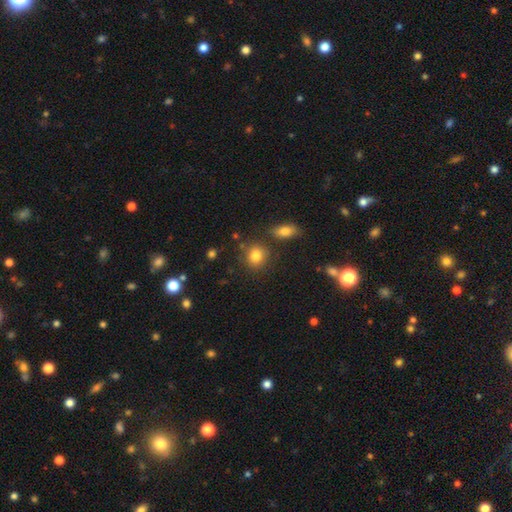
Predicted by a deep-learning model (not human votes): Smooth or featured: smooth — 82% (star or artifact — 10%)
How rounded: round — 76% (in between — 22%)
Merging: none — 78% (minor disturbance — 11%)